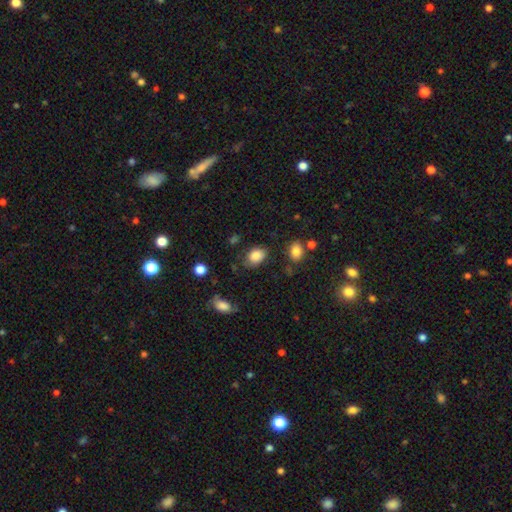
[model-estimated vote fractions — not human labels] smooth_or_featured: smooth (p=0.85) [alt: star or artifact p=0.08]
how_rounded: in between (p=0.81) [alt: round p=0.18]
merging: none (p=0.72) [alt: minor disturbance p=0.20]